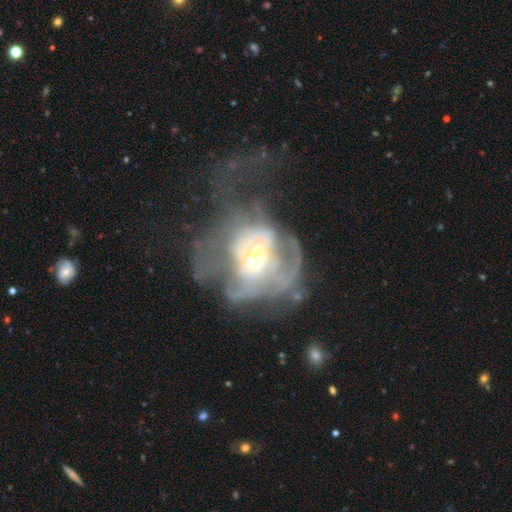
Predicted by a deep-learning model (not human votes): This is likely a featured or disk galaxy (71%). It is clearly not viewed edge-on (96%). Bar: possibly no (57%). Spiral arm pattern: possibly no (55%). Central bulge: possibly moderate (56%). Merging: possibly major disturbance (58%).